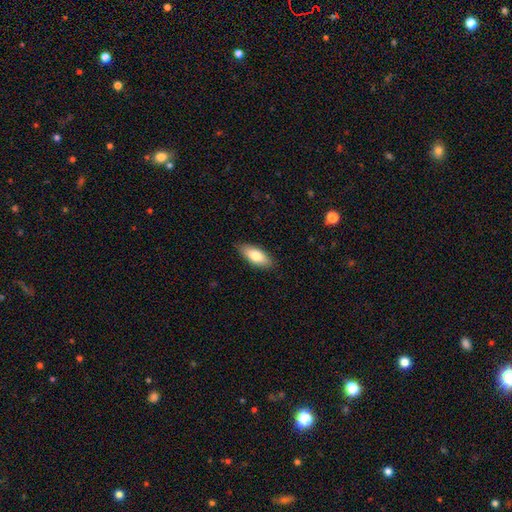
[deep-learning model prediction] Overall: smooth (78%). How rounded: in between (81%). Merging: none (86%).